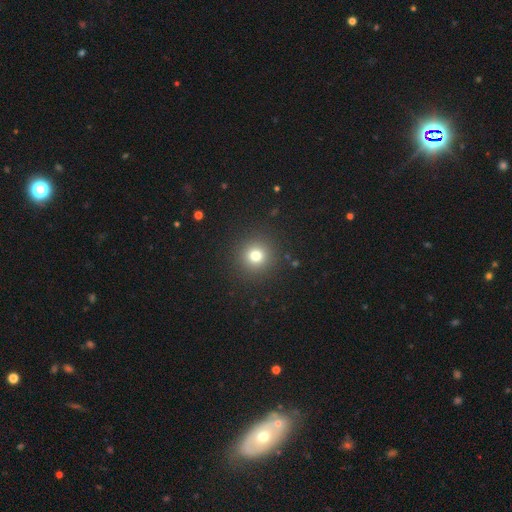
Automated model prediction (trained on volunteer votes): A smooth galaxy with no disk features (77%) that is round (94%).

Vote fractions:
- Smooth or featured? smooth: 77% / star or artifact: 16% / featured or disk: 8%
- How rounded? round: 94% / in between: 5% / cigar-shaped: 1%
- Merging? none: 91% / minor disturbance: 5% / major disturbance: 2% / merger: 1%